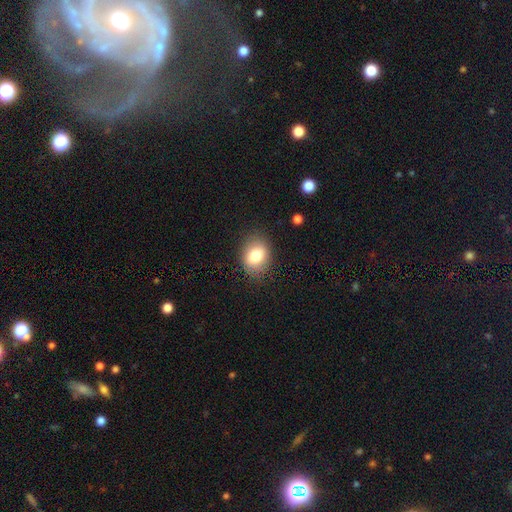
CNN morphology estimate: smooth_or_featured: smooth (p=0.79) [alt: featured or disk p=0.12]
how_rounded: in between (p=0.60) [alt: round p=0.39]
merging: none (p=0.84) [alt: minor disturbance p=0.12]